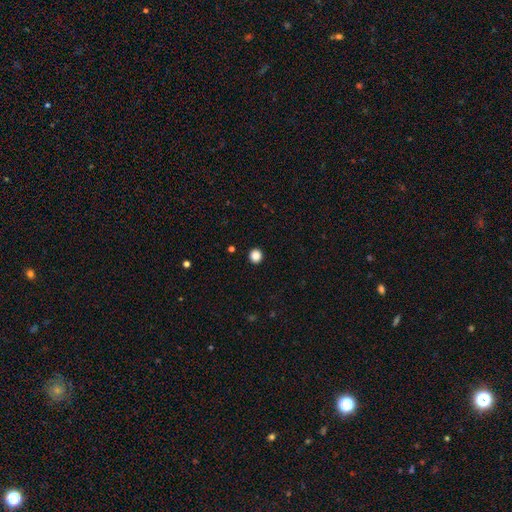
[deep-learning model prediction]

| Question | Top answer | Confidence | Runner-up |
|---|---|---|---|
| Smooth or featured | smooth | 87% | star or artifact (11%) |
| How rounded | round | 93% | in between (6%) |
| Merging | none | 94% | minor disturbance (4%) |